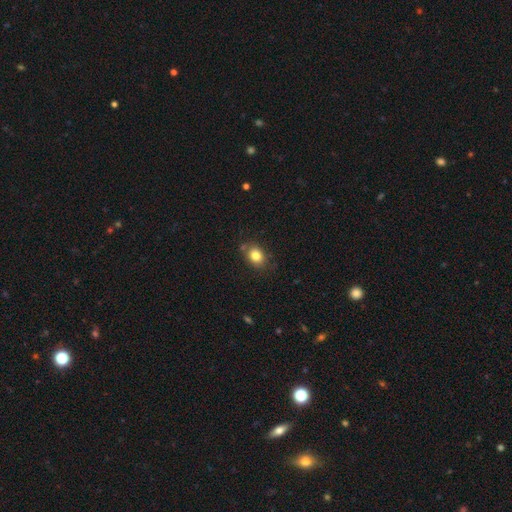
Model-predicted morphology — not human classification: A smooth galaxy with no disk features (81%) that is in between round and cigar-shaped (58%).

Vote fractions:
- Smooth or featured? smooth: 81% / star or artifact: 10% / featured or disk: 9%
- How rounded? in between: 58% / round: 41% / cigar-shaped: 1%
- Merging? none: 75% / minor disturbance: 16% / merger: 6% / major disturbance: 4%